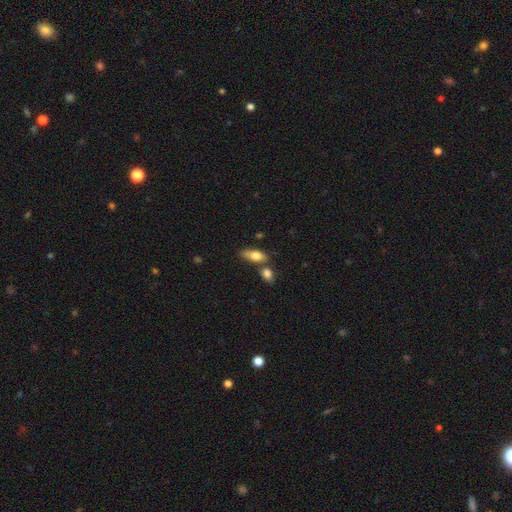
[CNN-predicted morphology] Q: Smooth or featured?
A: smooth (75%); runner-up: featured or disk (18%)
Q: How rounded?
A: in between (76%); runner-up: cigar-shaped (19%)
Q: Merging?
A: none (55%); runner-up: merger (25%)